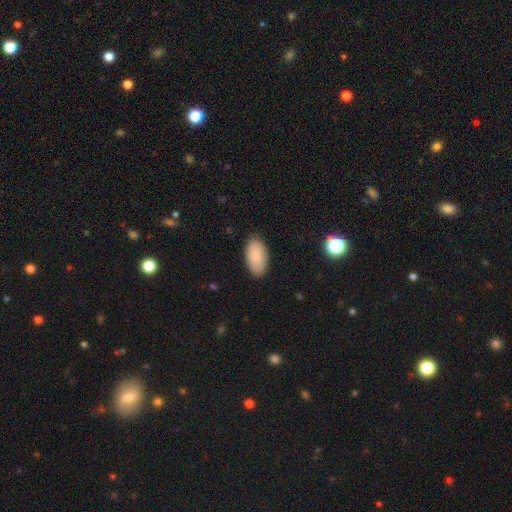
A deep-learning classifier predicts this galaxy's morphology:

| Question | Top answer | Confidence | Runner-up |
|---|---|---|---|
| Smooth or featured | smooth | 85% | featured or disk (8%) |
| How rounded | in between | 95% | round (3%) |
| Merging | none | 85% | minor disturbance (12%) |